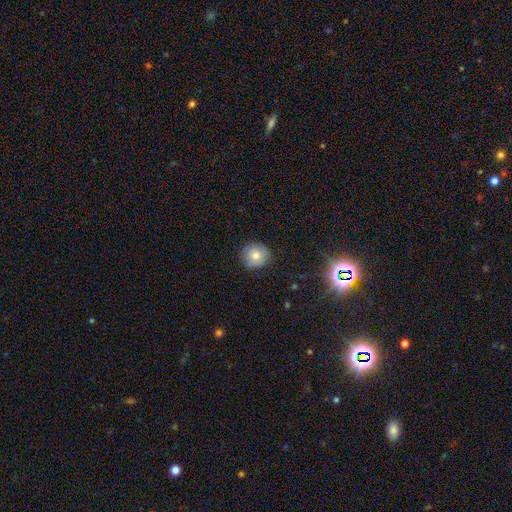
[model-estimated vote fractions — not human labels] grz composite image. It shows a smooth galaxy with no disk features (76%) that is round (91%). Merging: none (87%).